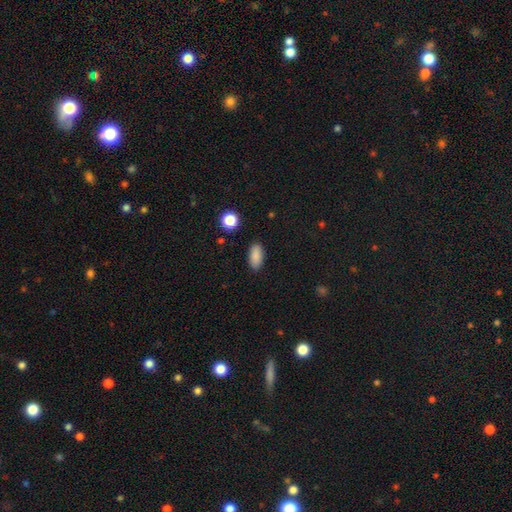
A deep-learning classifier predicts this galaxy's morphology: Q: Smooth or featured?
A: smooth (87%); runner-up: star or artifact (8%)
Q: How rounded?
A: in between (88%); runner-up: cigar-shaped (9%)
Q: Merging?
A: none (87%); runner-up: minor disturbance (9%)